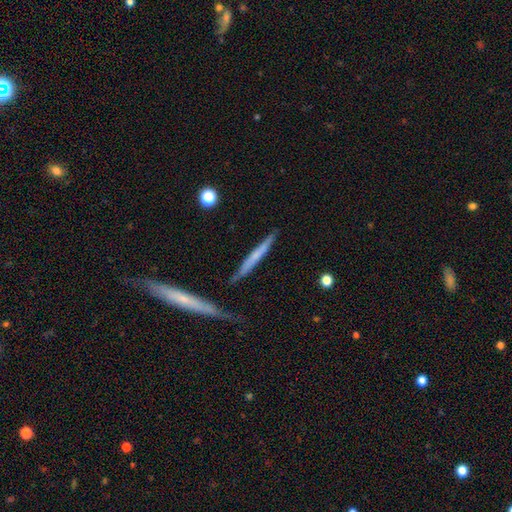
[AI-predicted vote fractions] Smooth or featured? Predicted: featured or disk (p=0.48). Merging? Predicted: none (p=0.75).